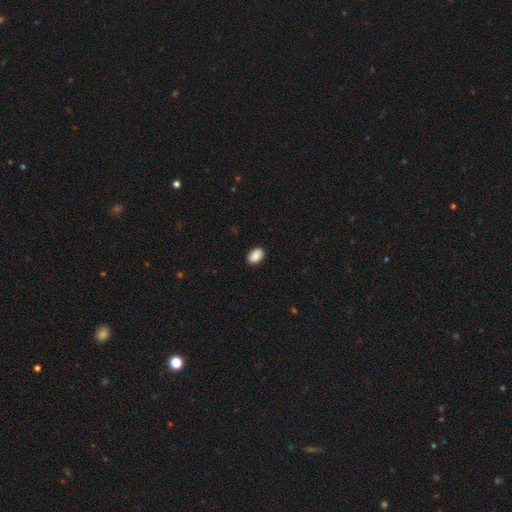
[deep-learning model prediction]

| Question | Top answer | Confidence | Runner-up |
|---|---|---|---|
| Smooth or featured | smooth | 89% | star or artifact (7%) |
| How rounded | in between | 85% | round (14%) |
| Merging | none | 87% | minor disturbance (10%) |